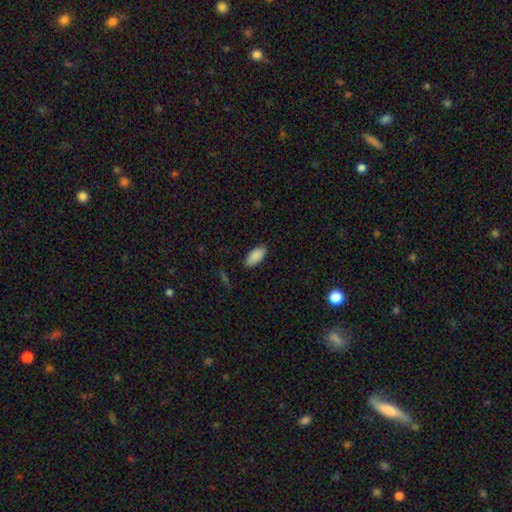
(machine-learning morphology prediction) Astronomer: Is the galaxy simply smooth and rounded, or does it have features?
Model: smooth — 89%.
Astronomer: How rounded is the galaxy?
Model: in between — 91%.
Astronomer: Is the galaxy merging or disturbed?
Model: none — 84%.